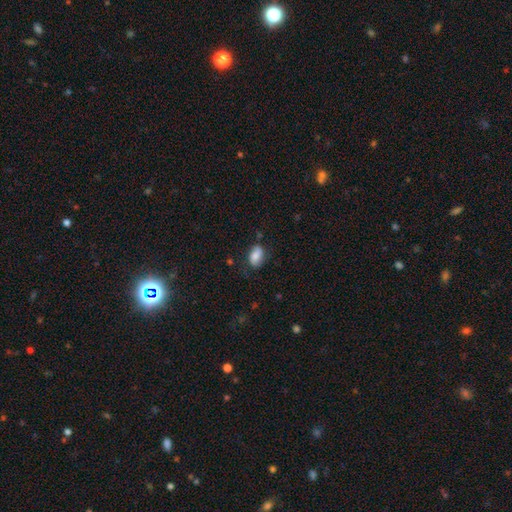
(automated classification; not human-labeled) Smooth or featured: smooth — 76% (featured or disk — 16%)
How rounded: in between — 89% (round — 10%)
Merging: none — 63% (minor disturbance — 26%)